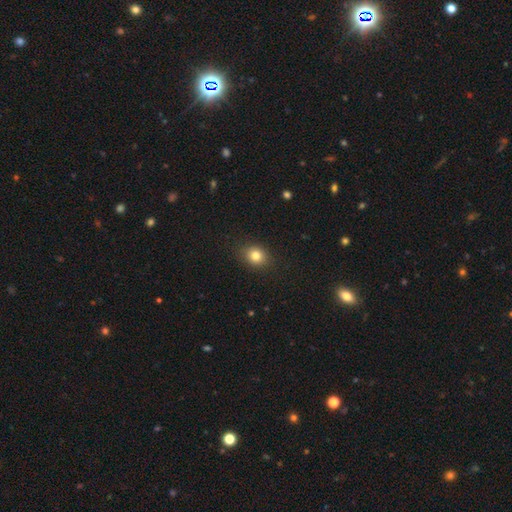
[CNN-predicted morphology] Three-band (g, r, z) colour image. It shows a smooth galaxy with no disk features (82%) that is round (59%). Merging: none (88%).